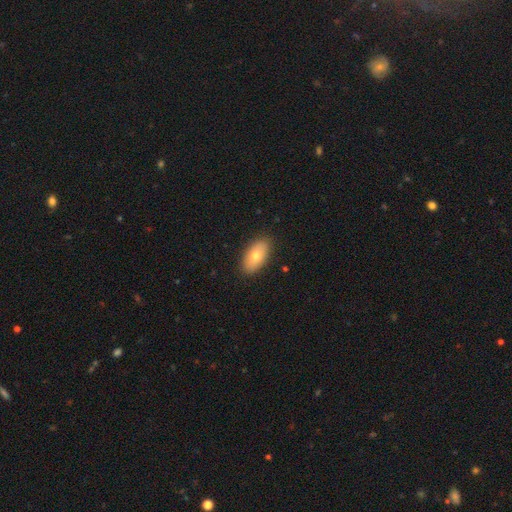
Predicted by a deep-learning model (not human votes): Smooth or featured: smooth — 72% (featured or disk — 21%)
How rounded: in between — 92% (cigar-shaped — 5%)
Merging: none — 88% (minor disturbance — 9%)